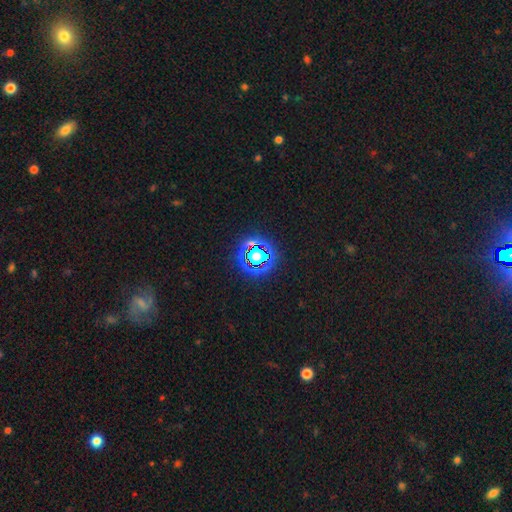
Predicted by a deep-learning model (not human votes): smooth_or_featured: star or artifact (p=0.64) [alt: smooth p=0.24]